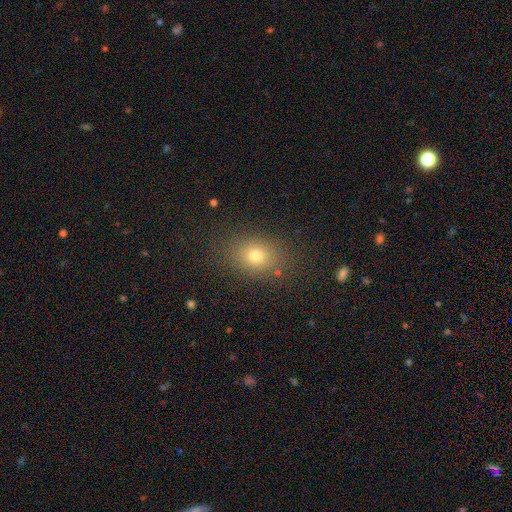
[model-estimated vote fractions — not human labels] Q: Smooth or featured?
A: smooth (74%); runner-up: star or artifact (15%)
Q: How rounded?
A: in between (61%); runner-up: round (38%)
Q: Merging?
A: none (83%); runner-up: minor disturbance (11%)